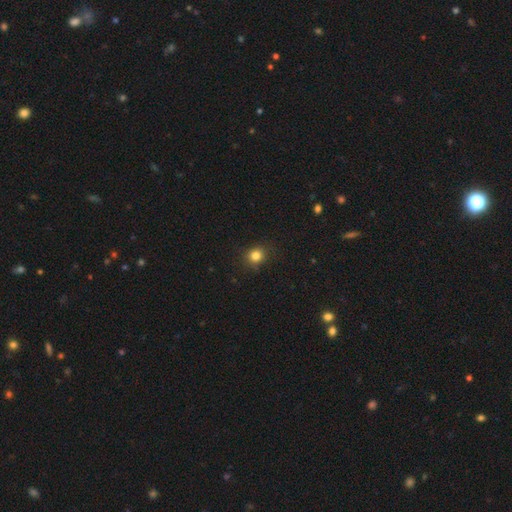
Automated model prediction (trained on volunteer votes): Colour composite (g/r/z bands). It shows a smooth galaxy with no disk features (83%) that is round (83%). Merging: none (87%).